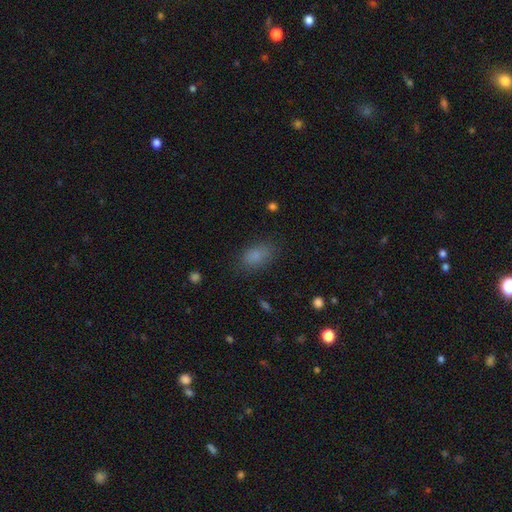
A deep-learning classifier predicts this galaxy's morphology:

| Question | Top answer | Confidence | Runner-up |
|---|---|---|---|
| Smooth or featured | smooth | 82% | star or artifact (11%) |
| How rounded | in between | 87% | round (11%) |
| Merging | none | 76% | minor disturbance (16%) |